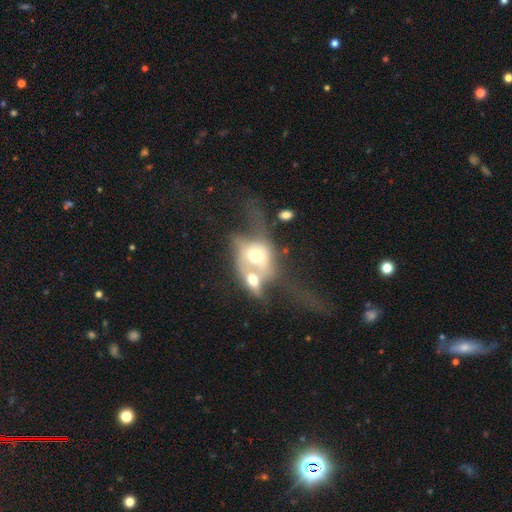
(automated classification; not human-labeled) Smooth or featured?
  - featured or disk: 48% *
  - smooth: 42%
  - star or artifact: 10%
Merging?
  - merger: 71% *
  - major disturbance: 16%
  - none: 8%
  - minor disturbance: 5%